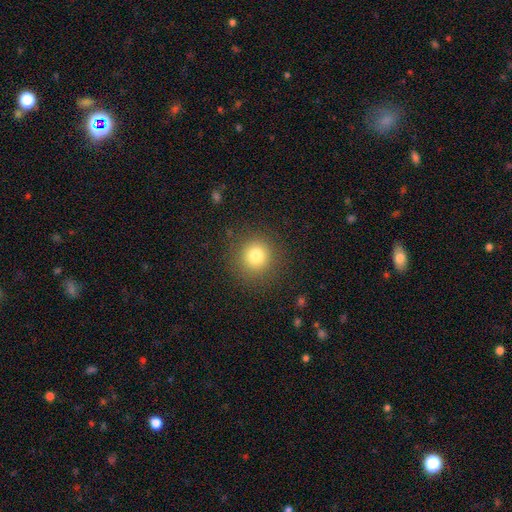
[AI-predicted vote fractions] smooth 78%, star or artifact 13%, featured or disk 8%. Down the decision tree: how rounded — round (93%); merging — none (88%).